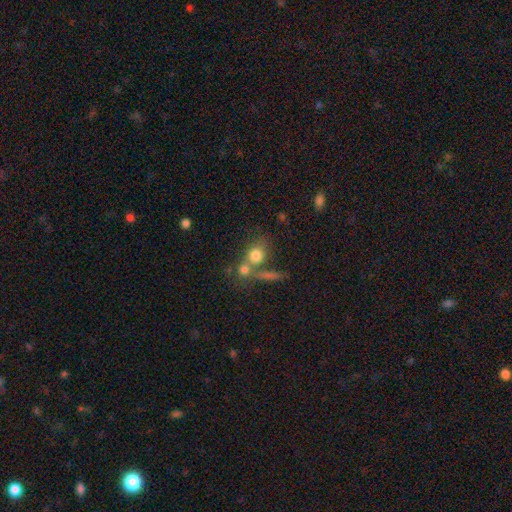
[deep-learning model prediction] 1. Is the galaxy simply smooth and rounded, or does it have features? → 73% smooth, 16% featured or disk, 11% star or artifact.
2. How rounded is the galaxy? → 67% round, 29% in between, 4% cigar-shaped.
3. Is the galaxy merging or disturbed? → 45% merger, 39% none, 9% minor disturbance, 7% major disturbance.